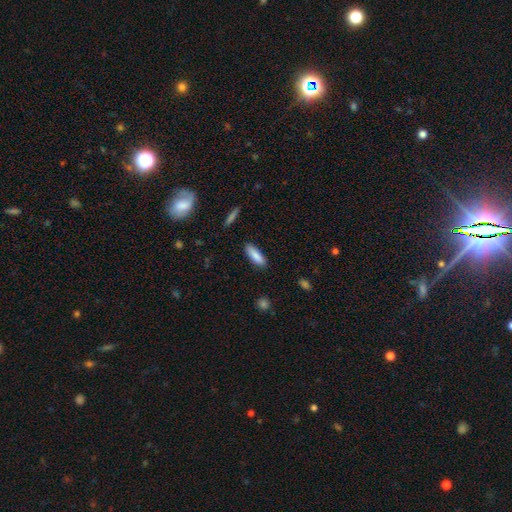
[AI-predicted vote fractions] This appears to be a smooth galaxy with no disk features (87%) that is cigar-shaped (51%). Merging: none (88%).